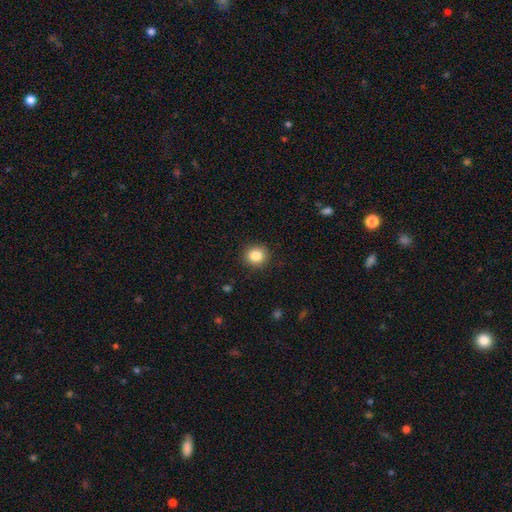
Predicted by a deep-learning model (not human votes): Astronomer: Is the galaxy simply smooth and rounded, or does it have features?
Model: smooth — 85%.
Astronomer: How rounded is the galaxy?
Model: round — 89%.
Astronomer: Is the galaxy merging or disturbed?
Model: none — 91%.